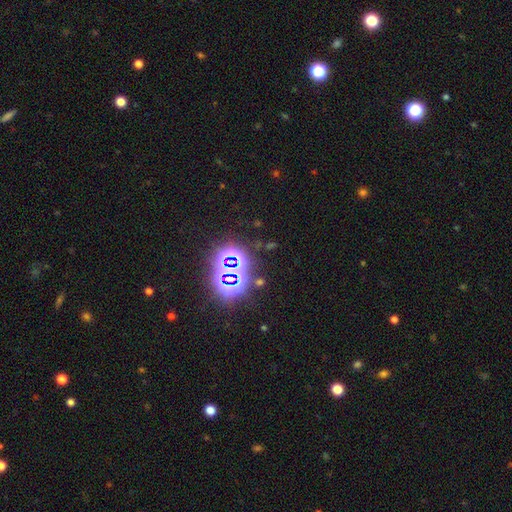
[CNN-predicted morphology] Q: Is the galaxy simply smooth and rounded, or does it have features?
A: star or artifact — 75%.